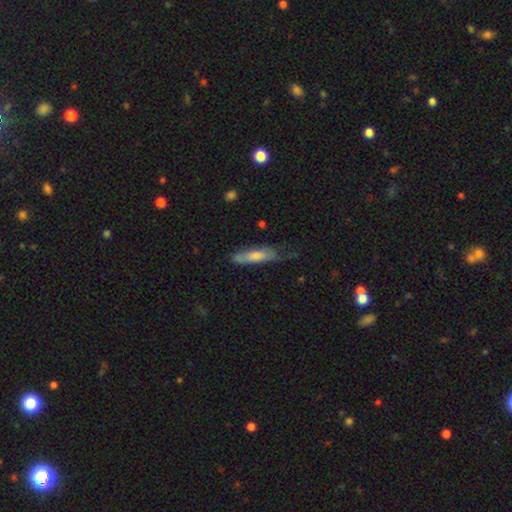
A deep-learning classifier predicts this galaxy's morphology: Overall: smooth (62%; featured or disk 31%). How rounded: cigar-shaped (66%; in between 33%). Merging: none (56%; minor disturbance 31%).